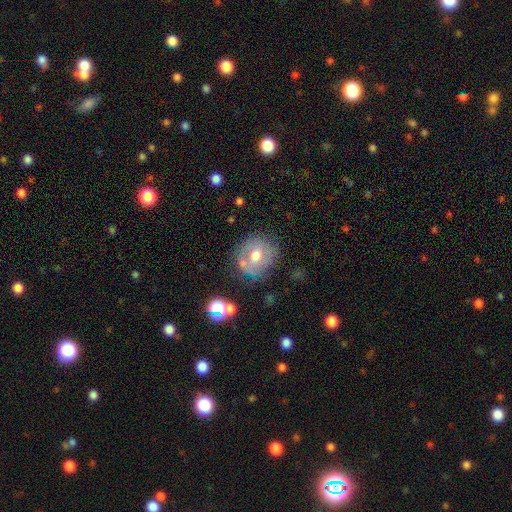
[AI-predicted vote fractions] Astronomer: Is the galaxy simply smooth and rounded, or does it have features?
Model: smooth — 48% (runner-up: featured or disk, 41%).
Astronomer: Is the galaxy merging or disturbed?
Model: none — 60%.